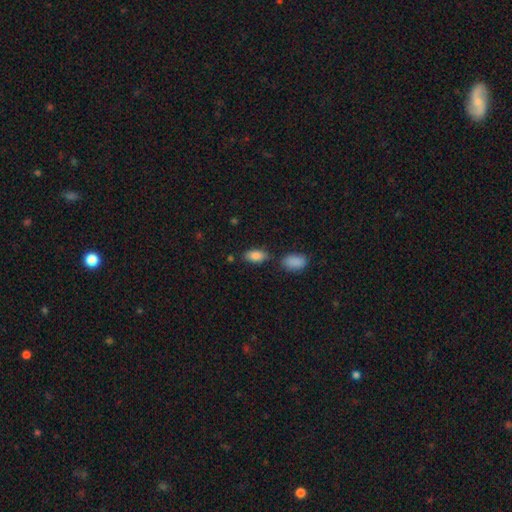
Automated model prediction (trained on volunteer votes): smooth-or-featured: smooth: 85% | star or artifact: 8% | featured or disk: 7%
  how-rounded: in between: 91% | cigar-shaped: 5% | round: 4%
  merging: none: 69% | minor disturbance: 15% | merger: 12% | major disturbance: 4%